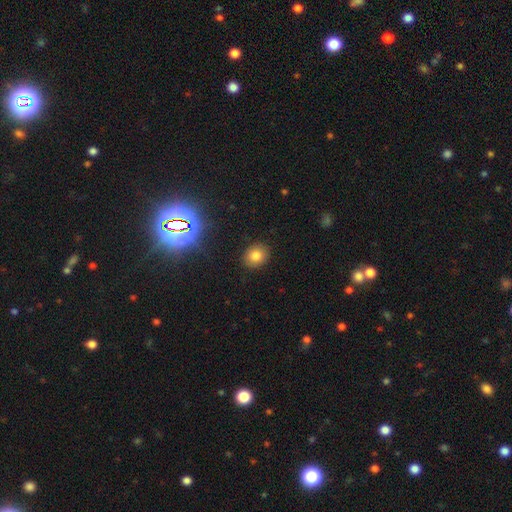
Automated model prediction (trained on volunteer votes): smooth 79%, star or artifact 14%, featured or disk 7%. Down the decision tree: how rounded — round (59%); merging — none (89%).